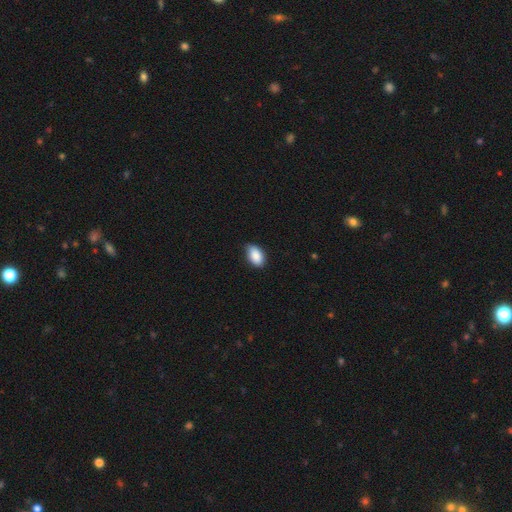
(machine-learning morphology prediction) Smooth or featured? smooth (88%)
How rounded? in between (92%)
Merging? none (73%)